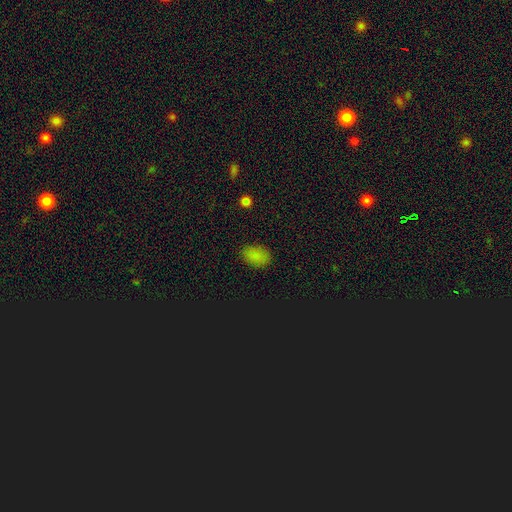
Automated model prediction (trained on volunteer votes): A smooth galaxy with no disk features (80%) that is in between round and cigar-shaped (86%). Merging: none (83%).